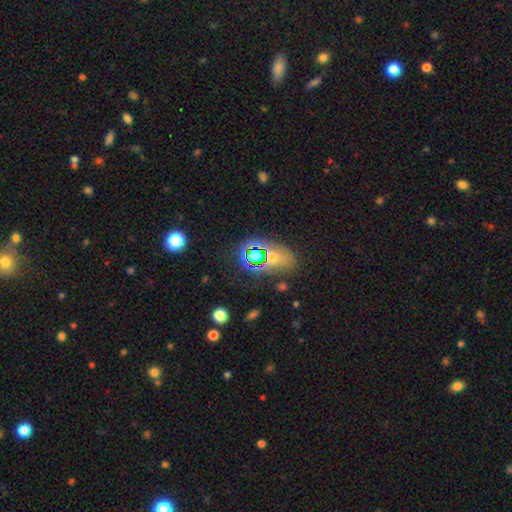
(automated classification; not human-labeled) Smooth or featured? Predicted: star or artifact (p=0.48).